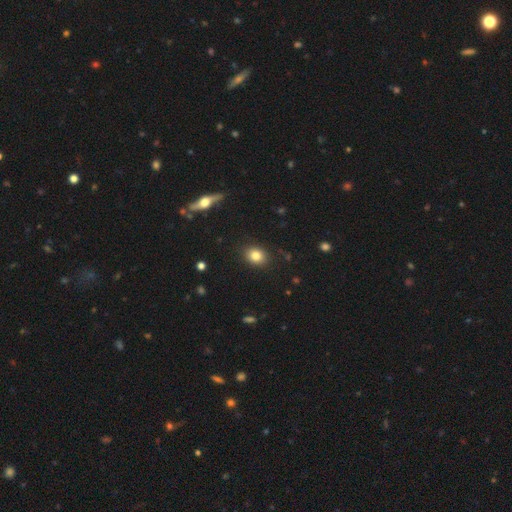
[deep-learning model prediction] Morphology: type=smooth (82%); roundness=round (51%); merging=none (87%).